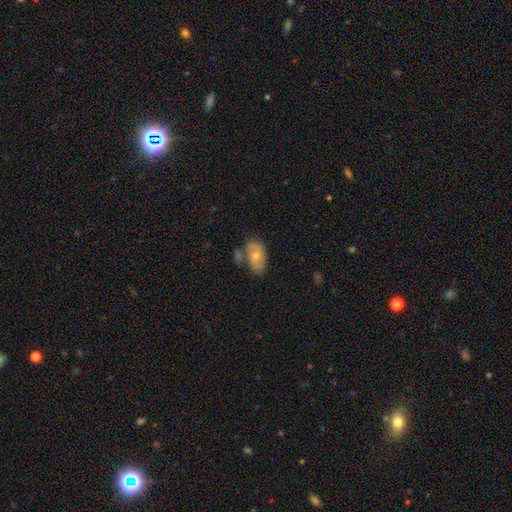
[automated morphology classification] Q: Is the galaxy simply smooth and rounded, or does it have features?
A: smooth — 53%.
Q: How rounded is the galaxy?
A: in between — 90%.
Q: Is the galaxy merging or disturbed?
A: none — 49%.